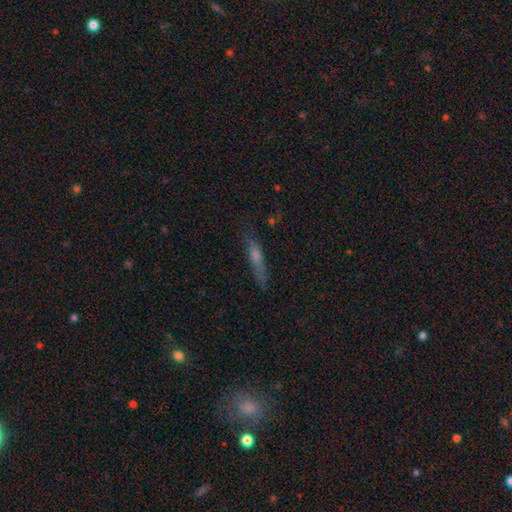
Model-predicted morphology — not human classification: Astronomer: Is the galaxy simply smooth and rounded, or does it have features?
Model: featured or disk — 47% (runner-up: smooth, 41%).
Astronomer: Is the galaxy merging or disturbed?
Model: none — 76%.